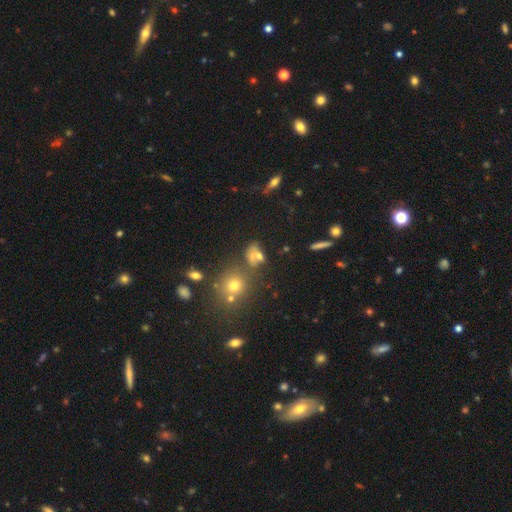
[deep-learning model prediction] Smooth or featured?
  - smooth: 58% *
  - star or artifact: 23%
  - featured or disk: 20%
How rounded?
  - in between: 66% *
  - round: 30%
  - cigar-shaped: 4%
Merging?
  - none: 41% *
  - merger: 32%
  - minor disturbance: 16%
  - major disturbance: 10%